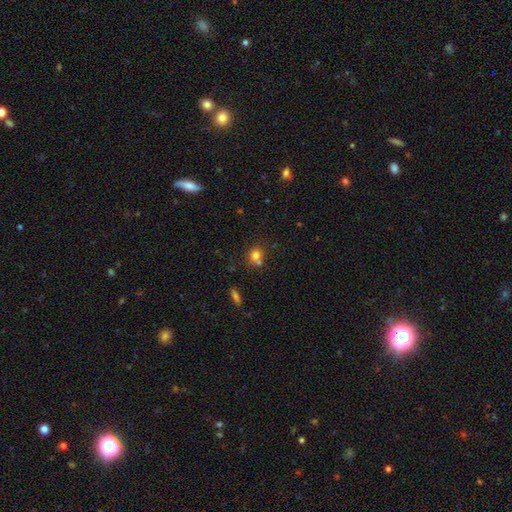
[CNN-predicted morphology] type=smooth (74%); roundness=round (79%); merging=none (54%).